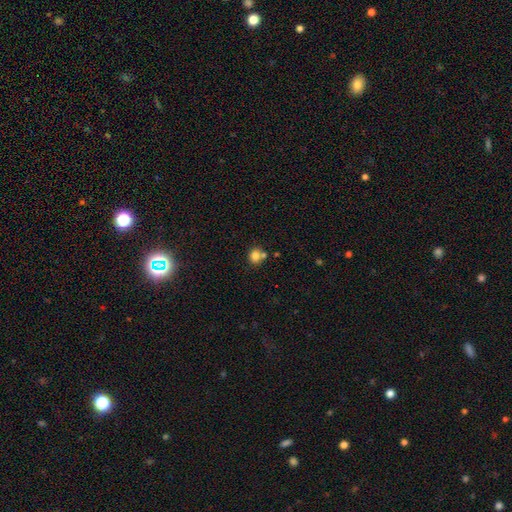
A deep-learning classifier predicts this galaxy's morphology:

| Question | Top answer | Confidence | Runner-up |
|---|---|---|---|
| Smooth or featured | smooth | 80% | star or artifact (12%) |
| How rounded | round | 78% | in between (22%) |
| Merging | none | 60% | merger (25%) |